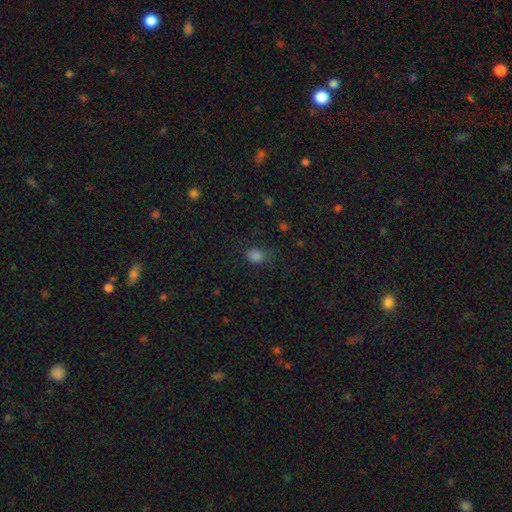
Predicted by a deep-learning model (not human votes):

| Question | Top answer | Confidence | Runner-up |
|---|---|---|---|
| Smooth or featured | smooth | 80% | star or artifact (16%) |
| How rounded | round | 57% | in between (42%) |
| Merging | none | 70% | minor disturbance (20%) |